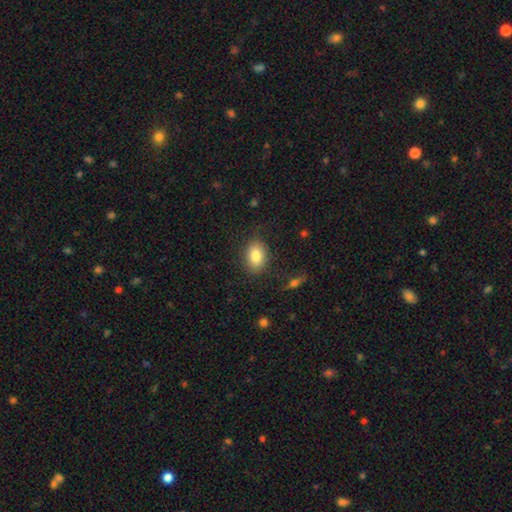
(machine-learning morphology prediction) This appears to be a smooth galaxy with no disk features (84%) that is in between round and cigar-shaped (81%). Merging: none (80%).